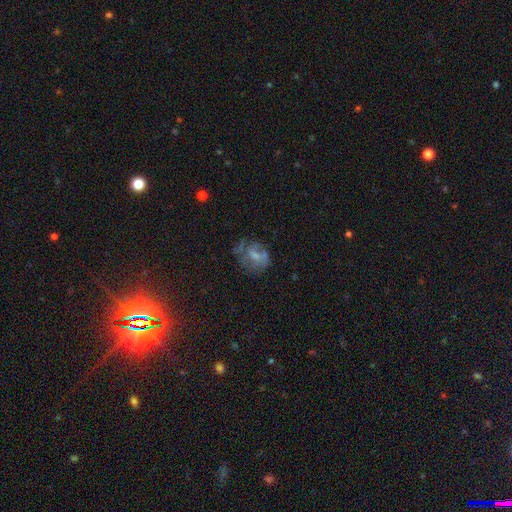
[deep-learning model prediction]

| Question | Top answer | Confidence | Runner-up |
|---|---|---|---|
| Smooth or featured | smooth | 44% | featured or disk (42%) |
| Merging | none | 46% | major disturbance (24%) |